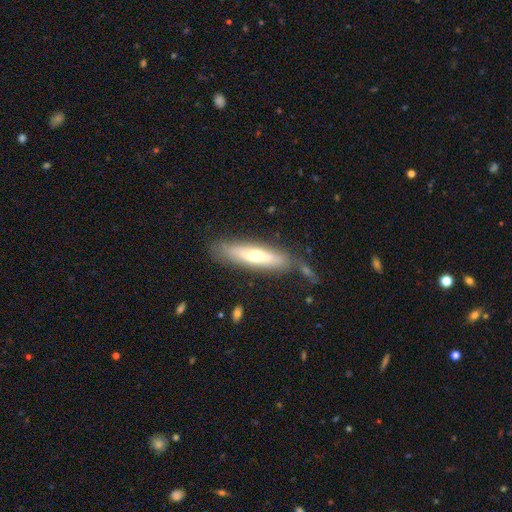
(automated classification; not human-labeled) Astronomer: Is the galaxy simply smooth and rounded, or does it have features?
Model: smooth — 51% (runner-up: featured or disk, 42%).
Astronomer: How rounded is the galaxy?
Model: cigar-shaped — 74%.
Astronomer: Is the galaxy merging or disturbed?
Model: none — 74%.